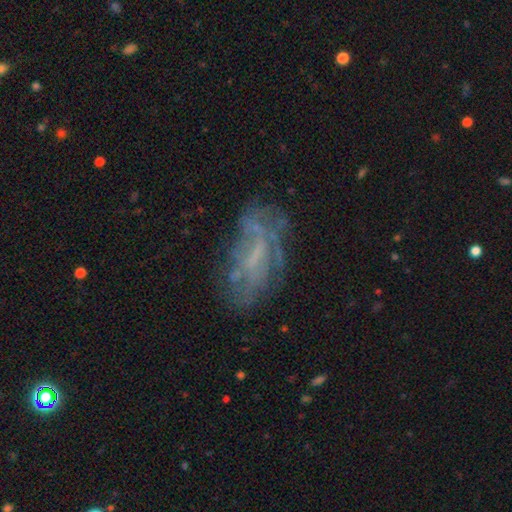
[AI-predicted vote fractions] Smooth or featured?
  - featured or disk: 64% *
  - smooth: 24%
  - star or artifact: 12%
Edge-on disk?
  - no: 93% *
  - yes: 7%
Bar?
  - no: 56% *
  - weak: 32%
  - strong: 11%
Spiral arms?
  - no: 51% *
  - yes: 49%
Bulge size?
  - none: 60% *
  - small: 24%
  - moderate: 13%
  - large: 2%
  - dominant: 1%
Merging?
  - none: 55% *
  - minor disturbance: 22%
  - major disturbance: 19%
  - merger: 3%